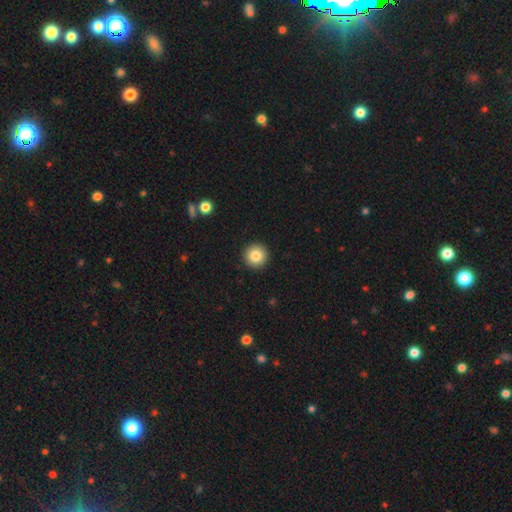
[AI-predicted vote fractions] smooth-or-featured: smooth: 84% | star or artifact: 9% | featured or disk: 7%
  how-rounded: round: 96% | in between: 3% | cigar-shaped: 1%
  merging: none: 93% | minor disturbance: 4% | major disturbance: 1% | merger: 1%